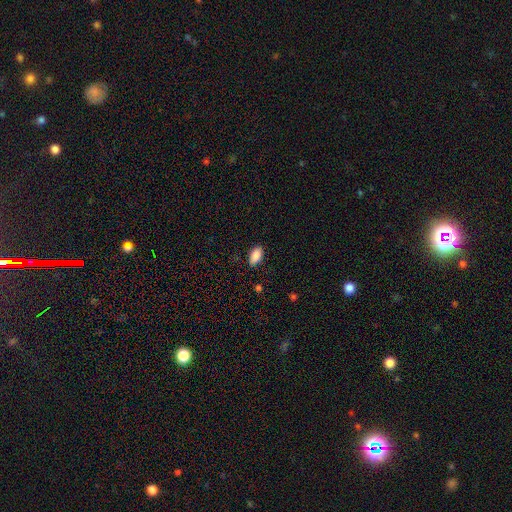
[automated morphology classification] Overall: smooth (89%). How rounded: in between (93%). Merging: none (85%).